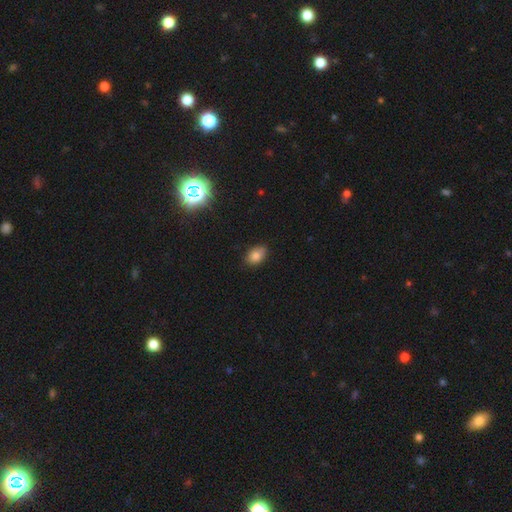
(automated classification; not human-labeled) Q: Smooth or featured?
A: smooth (80%); runner-up: star or artifact (11%)
Q: How rounded?
A: in between (82%); runner-up: round (16%)
Q: Merging?
A: none (81%); runner-up: minor disturbance (15%)